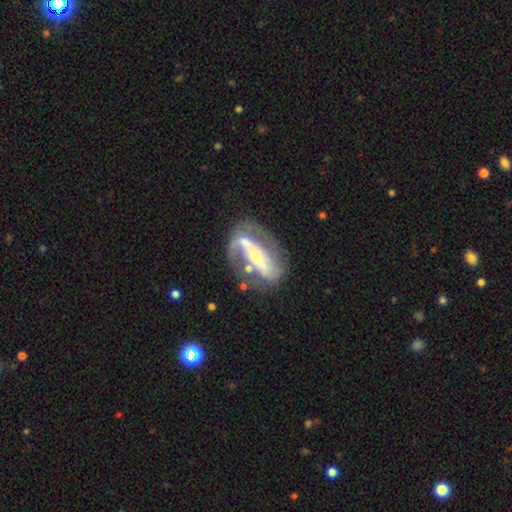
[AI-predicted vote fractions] Smooth or featured? featured or disk (82%)
Edge-on disk? no (91%)
Bar? strong (63%)
Spiral arms? yes (81%)
Spiral winding? medium (39%)
Spiral arm count? 2 (78%)
Bulge size? small (61%)
Merging? none (58%)